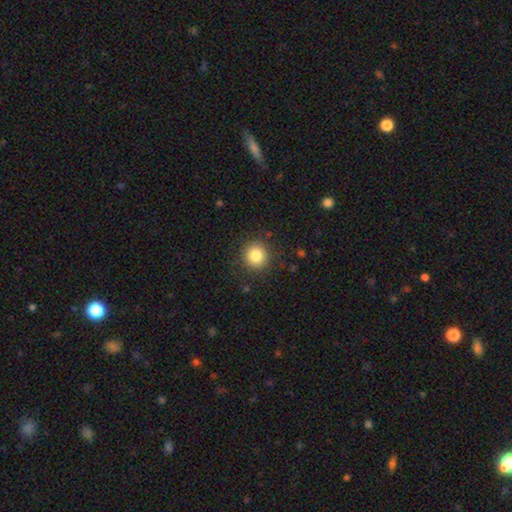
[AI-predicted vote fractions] Smooth or featured? smooth (82%)
How rounded? round (92%)
Merging? none (89%)